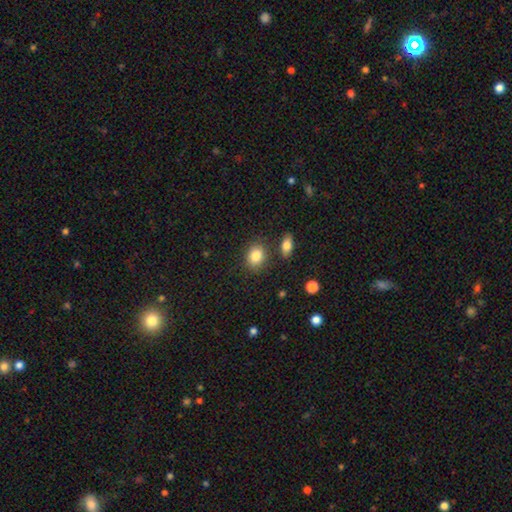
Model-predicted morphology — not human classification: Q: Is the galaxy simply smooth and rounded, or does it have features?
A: smooth — 85%.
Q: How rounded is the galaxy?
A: round — 50%.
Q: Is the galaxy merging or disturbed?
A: none — 80%.